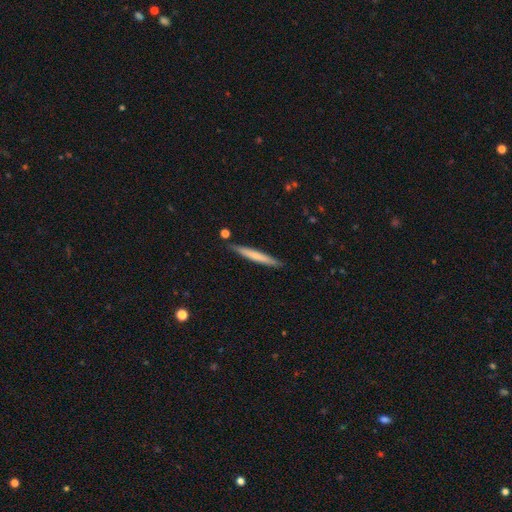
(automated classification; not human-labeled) smooth_or_featured: smooth (p=0.62) [alt: featured or disk p=0.32]
how_rounded: cigar-shaped (p=0.96) [alt: in between p=0.03]
merging: none (p=0.88) [alt: minor disturbance p=0.09]